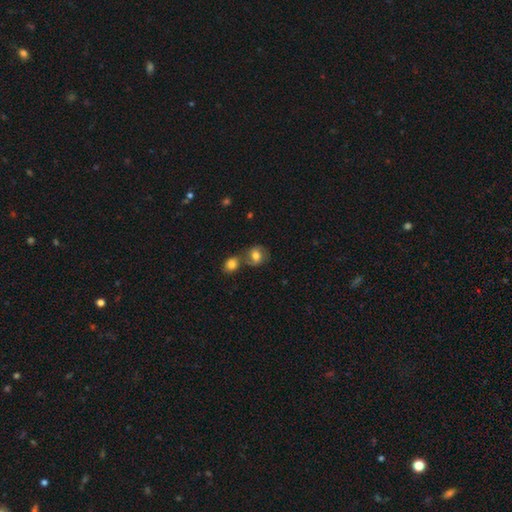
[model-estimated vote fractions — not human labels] Overall: smooth (61%). How rounded: round (75%). Merging: none (54%; merger 32%).